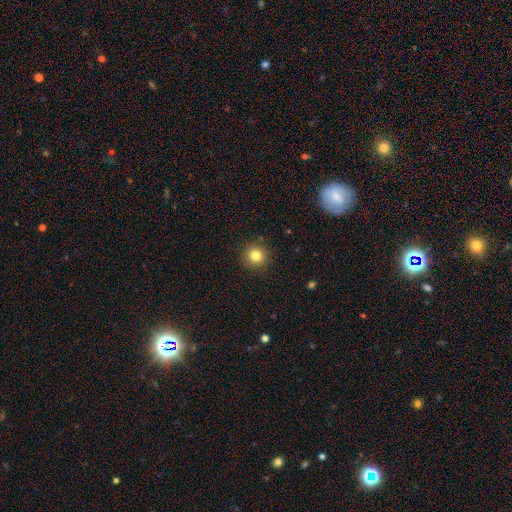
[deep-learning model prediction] Q: Smooth or featured?
A: smooth (82%); runner-up: star or artifact (12%)
Q: How rounded?
A: round (94%); runner-up: in between (5%)
Q: Merging?
A: none (90%); runner-up: minor disturbance (6%)